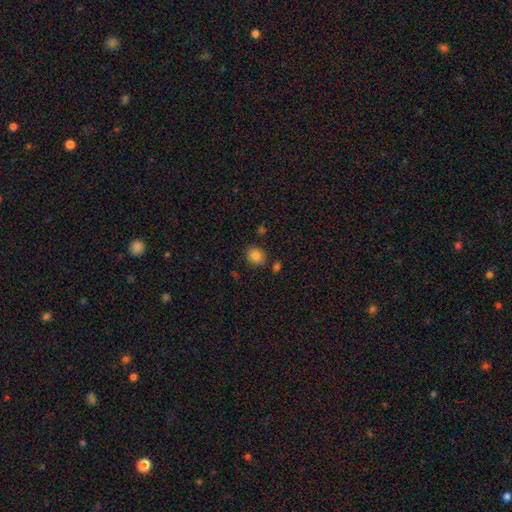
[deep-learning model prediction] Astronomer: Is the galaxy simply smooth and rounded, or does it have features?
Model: smooth — 84%.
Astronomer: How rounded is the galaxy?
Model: round — 73%.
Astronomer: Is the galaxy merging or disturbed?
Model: none — 82%.